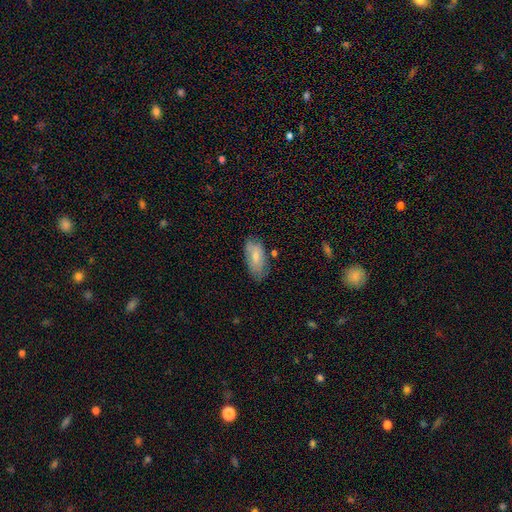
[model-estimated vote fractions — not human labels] Smooth or featured? smooth (70%)
How rounded? in between (91%)
Merging? none (62%)